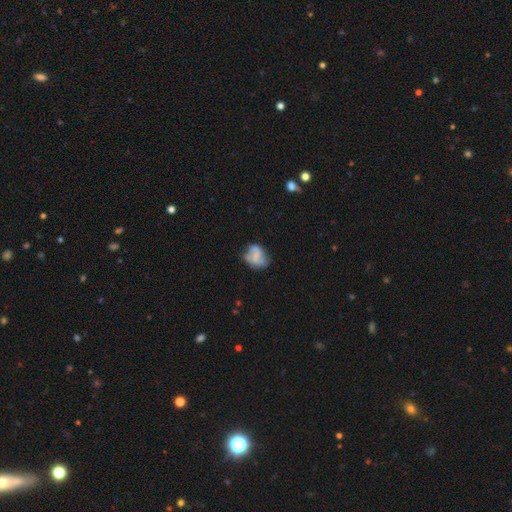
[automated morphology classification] Smooth or featured? smooth (45%, tied with featured or disk)
Merging? none (50%)